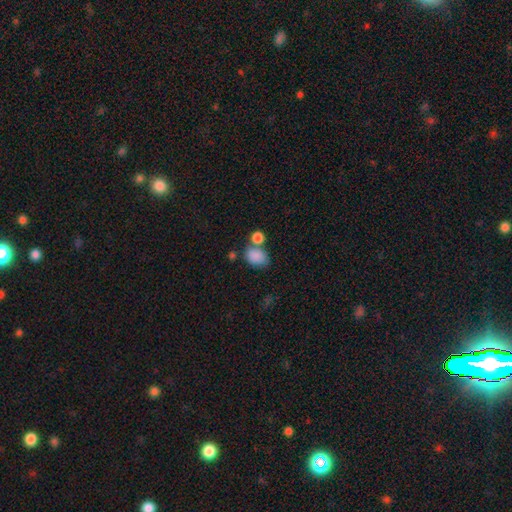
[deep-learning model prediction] A smooth galaxy with no disk features (85%) that is in between round and cigar-shaped (73%).

Vote fractions:
- Smooth or featured? smooth: 85% / star or artifact: 9% / featured or disk: 6%
- How rounded? in between: 73% / round: 26% / cigar-shaped: 1%
- Merging? none: 50% / merger: 29% / minor disturbance: 15% / major disturbance: 6%